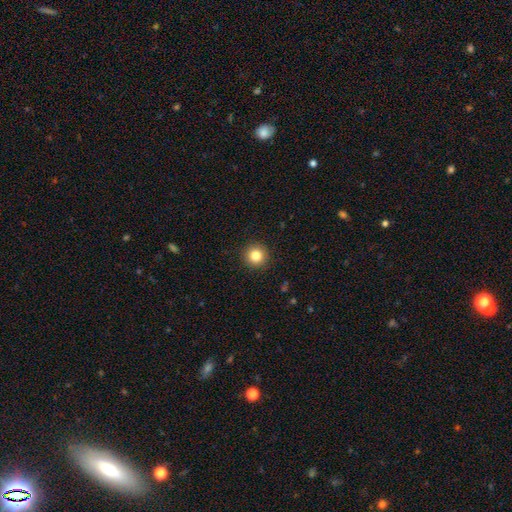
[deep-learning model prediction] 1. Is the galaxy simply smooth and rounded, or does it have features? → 83% smooth, 11% star or artifact, 6% featured or disk.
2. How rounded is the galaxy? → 96% round, 3% in between, 1% cigar-shaped.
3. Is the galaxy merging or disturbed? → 92% none, 5% minor disturbance, 2% major disturbance, 1% merger.